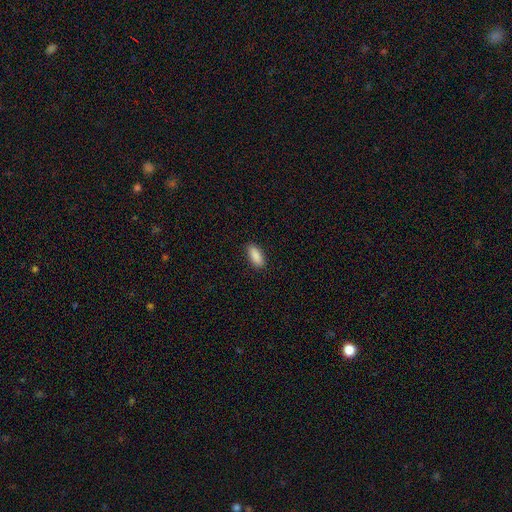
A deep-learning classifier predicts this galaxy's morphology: A smooth galaxy with no disk features (90%) that is in between round and cigar-shaped (83%). Merging: none (89%).